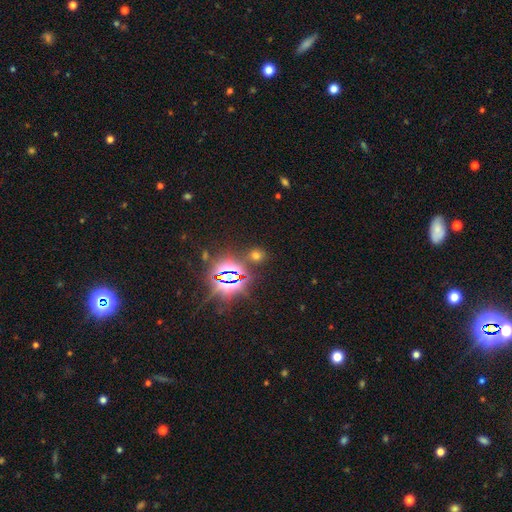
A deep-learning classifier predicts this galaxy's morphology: Q: Smooth or featured?
A: star or artifact (47%); runner-up: smooth (45%)